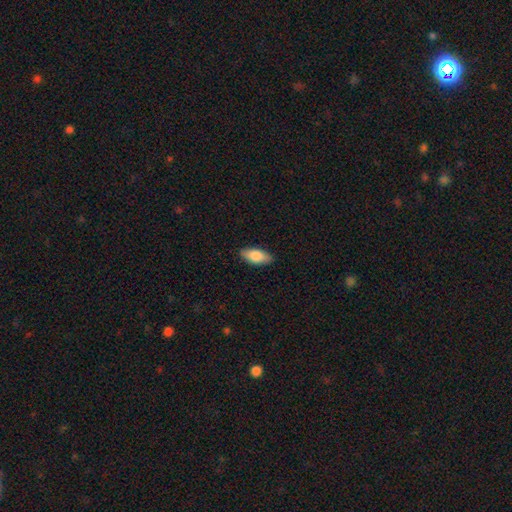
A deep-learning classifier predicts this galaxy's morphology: Overall: smooth (82%). How rounded: in between (87%). Merging: none (87%).